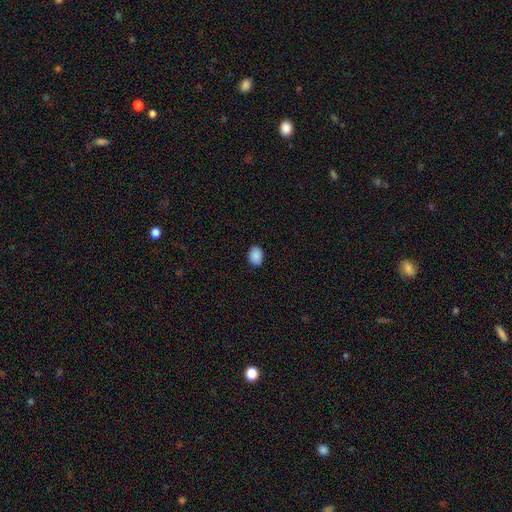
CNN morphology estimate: This is clearly a smooth galaxy (90%). How rounded: likely in between (73%). Merging: clearly none (88%).